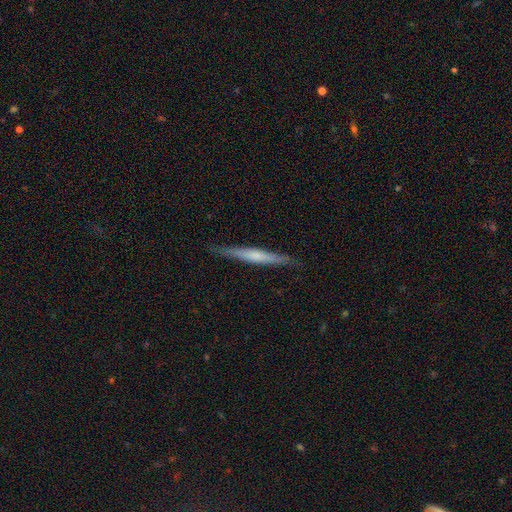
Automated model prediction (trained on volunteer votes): Smooth or featured: featured or disk — 53% (smooth — 42%)
Edge-on disk: yes — 96% (no — 4%)
Edge-on bulge: none — 47% (rounded — 41%)
Merging: none — 87% (minor disturbance — 10%)